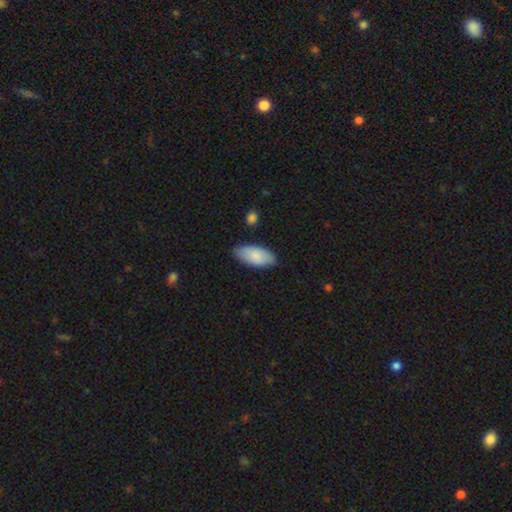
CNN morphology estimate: The model was most divided on "merging": none: 81%, minor disturbance: 15%, major disturbance: 2%, merger: 2%. More confident: how rounded — in between (91%); smooth or featured — smooth (84%).